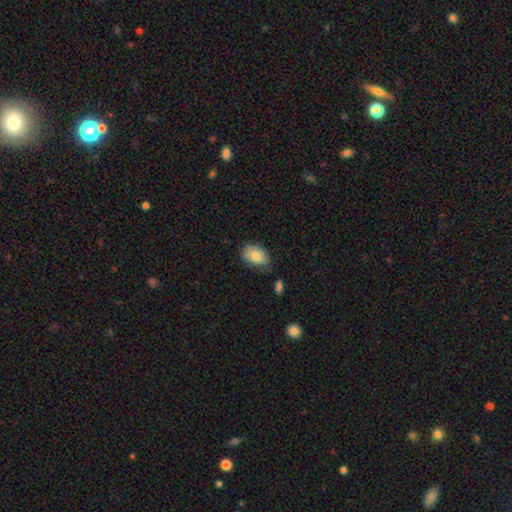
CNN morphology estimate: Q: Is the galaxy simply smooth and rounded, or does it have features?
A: smooth — 82%.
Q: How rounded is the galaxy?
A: in between — 86%.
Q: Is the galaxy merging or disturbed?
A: none — 67%.